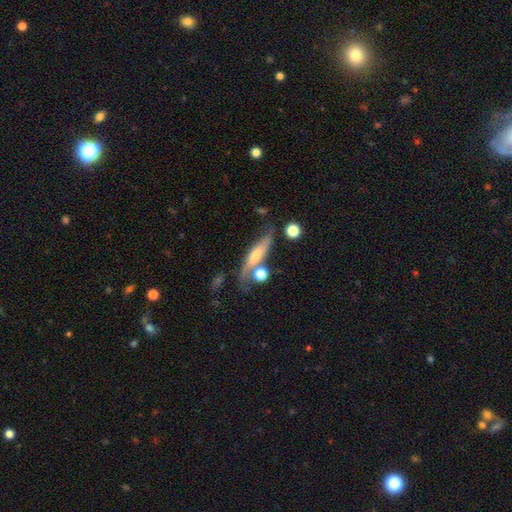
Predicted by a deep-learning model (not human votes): This is possibly a featured or disk galaxy (56%). It is possibly viewed edge-on (54%). Merging: possibly none (48%).